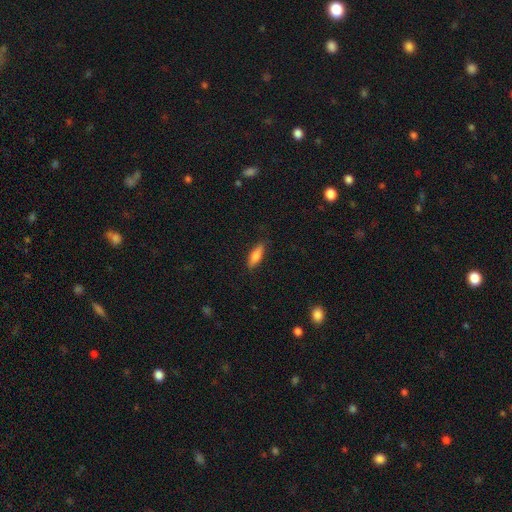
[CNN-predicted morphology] Overall: smooth (74%). How rounded: cigar-shaped (51%; in between 47%). Merging: none (85%).